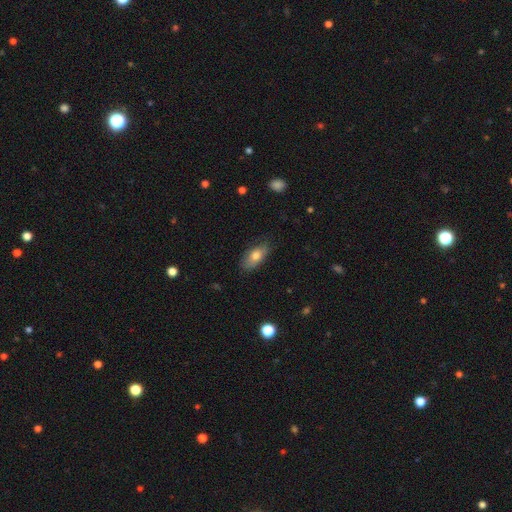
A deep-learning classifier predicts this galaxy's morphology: This is likely a smooth galaxy (75%). How rounded: clearly in between (85%). Merging: likely none (78%).